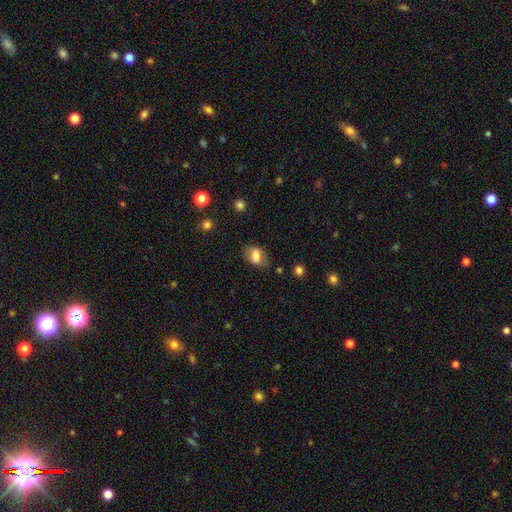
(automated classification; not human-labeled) smooth_or_featured: smooth (p=0.67) [alt: featured or disk p=0.25]
how_rounded: in between (p=0.84) [alt: round p=0.14]
merging: none (p=0.68) [alt: minor disturbance p=0.21]